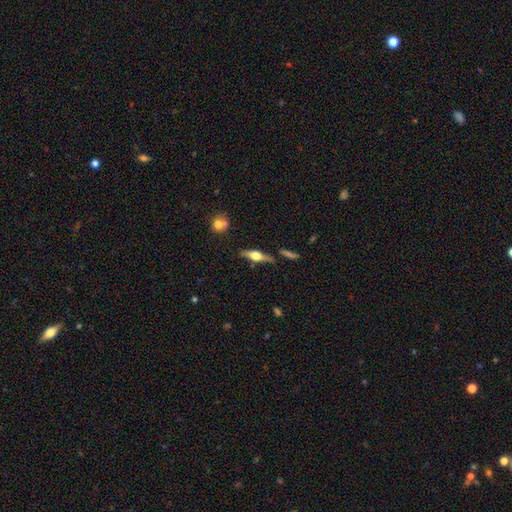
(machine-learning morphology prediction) The model was most divided on "smooth or featured": featured or disk: 64%, smooth: 30%, star or artifact: 7%. More confident: edge-on disk — yes (94%); edge-on bulge — rounded (92%); merging — none (72%).